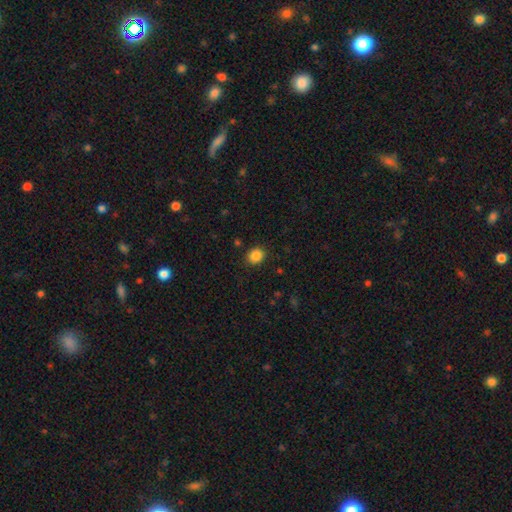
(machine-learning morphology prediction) The model was most divided on "how rounded": round: 68%, in between: 31%, cigar-shaped: 1%. More confident: merging — none (87%); smooth or featured — smooth (86%).